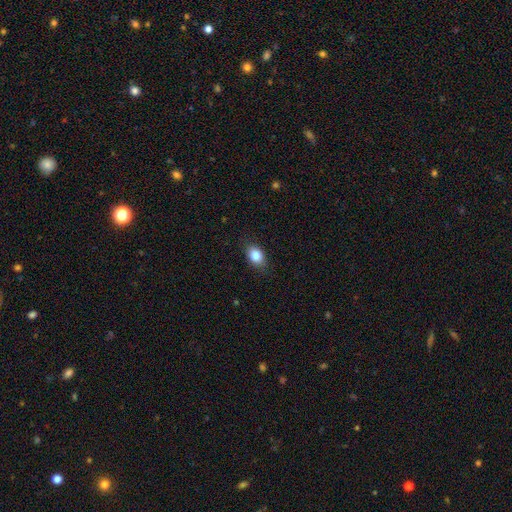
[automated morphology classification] Smooth or featured? Predicted: smooth (p=0.83). How rounded? Predicted: in between (p=0.78). Merging? Predicted: none (p=0.85).